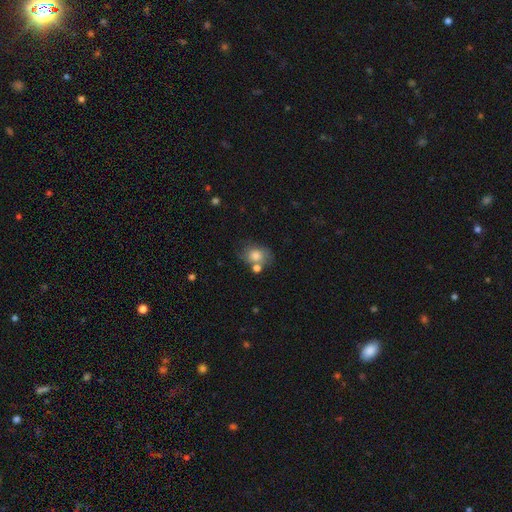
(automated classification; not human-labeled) The model was most divided on "how rounded": in between: 53%, round: 46%, cigar-shaped: 1%. Remaining: smooth or featured — smooth (75%); merging — none (50%).